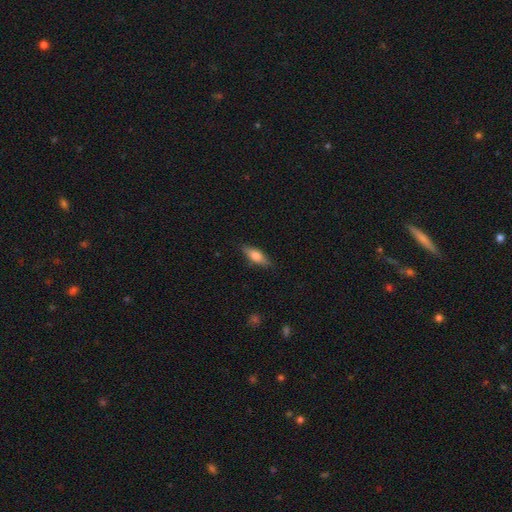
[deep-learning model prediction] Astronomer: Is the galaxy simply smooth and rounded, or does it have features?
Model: smooth — 70%.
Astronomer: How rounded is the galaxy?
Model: in between — 65%.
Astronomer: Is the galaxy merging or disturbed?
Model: none — 83%.